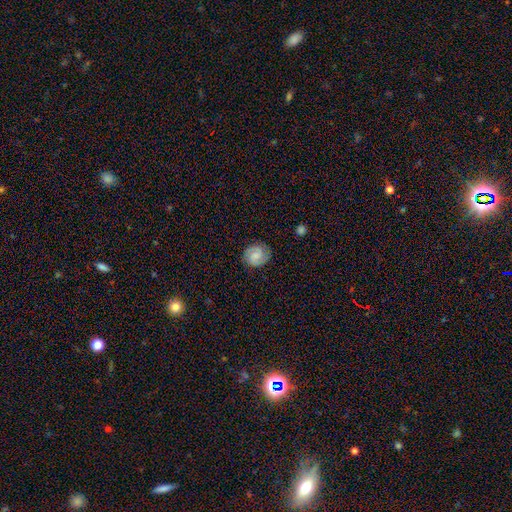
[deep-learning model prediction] This appears to be a featured or disk galaxy (72%) with a weak bar (46%), 2 (90%) tight (52%) spiral arms (97%) and a small central bulge (37%). Merging: none (84%).